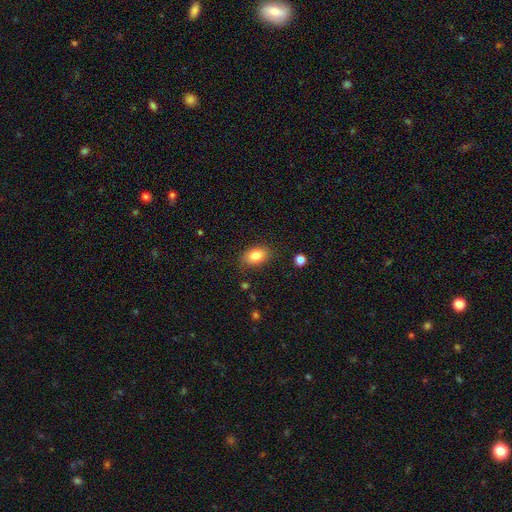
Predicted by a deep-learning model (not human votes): The model was most divided on "how rounded": in between: 84%, round: 14%, cigar-shaped: 2%. More confident: merging — none (83%); smooth or featured — smooth (83%).